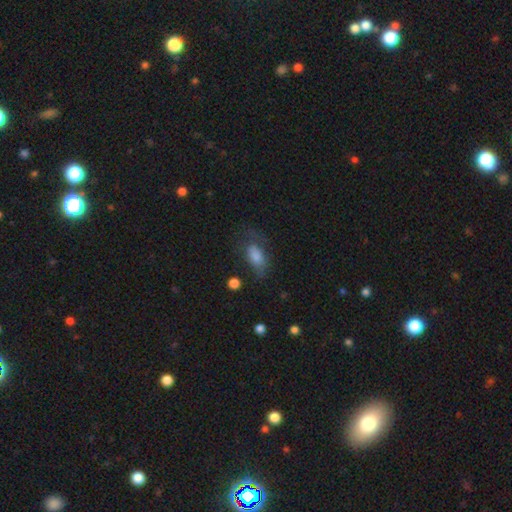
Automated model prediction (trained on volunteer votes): Smooth or featured?
  - smooth: 68% *
  - featured or disk: 21%
  - star or artifact: 11%
How rounded?
  - in between: 86% *
  - round: 7%
  - cigar-shaped: 7%
Merging?
  - none: 48% *
  - minor disturbance: 26%
  - major disturbance: 23%
  - merger: 3%